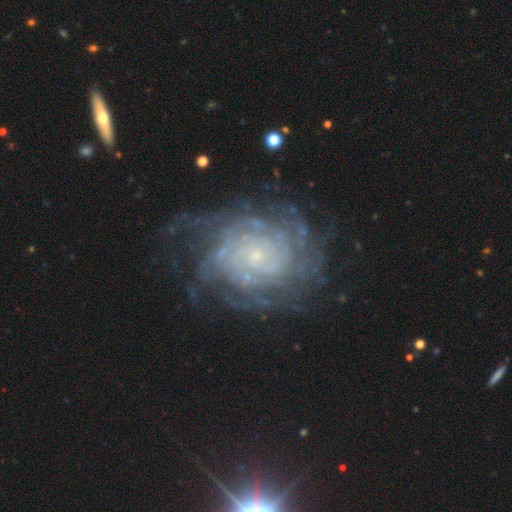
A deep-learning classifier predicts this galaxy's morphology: smooth_or_featured: featured or disk (p=0.87) [alt: star or artifact p=0.07]
disk_edge_on: no (p=0.97) [alt: yes p=0.03]
bar: no (p=0.77) [alt: weak p=0.18]
has_spiral_arms: yes (p=0.96) [alt: no p=0.04]
spiral_winding: tight (p=0.79) [alt: medium p=0.17]
spiral_arm_count: can't tell (p=0.31) [alt: more than 4 p=0.26]
bulge_size: small (p=0.84) [alt: moderate p=0.09]
merging: none (p=0.71) [alt: minor disturbance p=0.16]